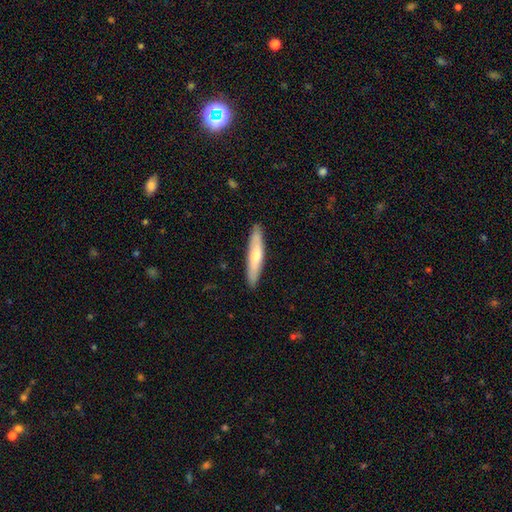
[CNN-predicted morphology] smooth_or_featured: smooth (p=0.62) [alt: featured or disk p=0.33]
how_rounded: cigar-shaped (p=0.90) [alt: in between p=0.09]
merging: none (p=0.89) [alt: minor disturbance p=0.09]